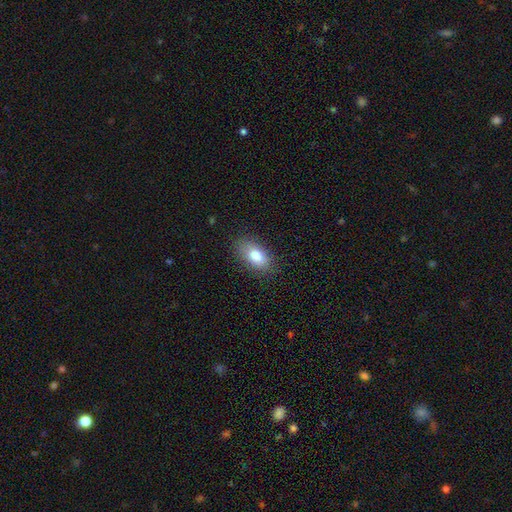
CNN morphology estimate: Smooth or featured?
  - smooth: 82% *
  - featured or disk: 10%
  - star or artifact: 7%
How rounded?
  - in between: 92% *
  - round: 4%
  - cigar-shaped: 4%
Merging?
  - none: 83% *
  - minor disturbance: 13%
  - major disturbance: 3%
  - merger: 1%